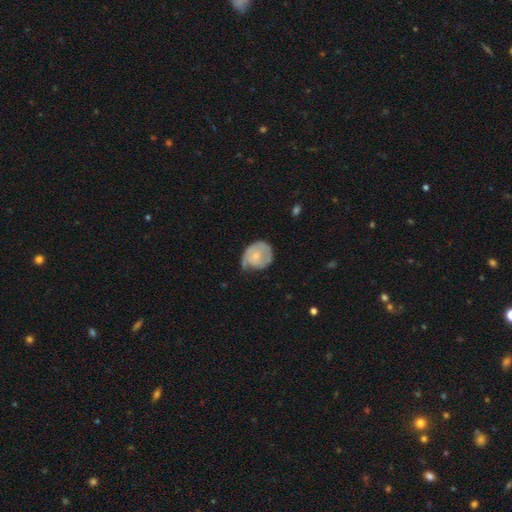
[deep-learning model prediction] Overall: featured or disk (50%; smooth 44%). Merging: none (39%, tied with minor disturbance).